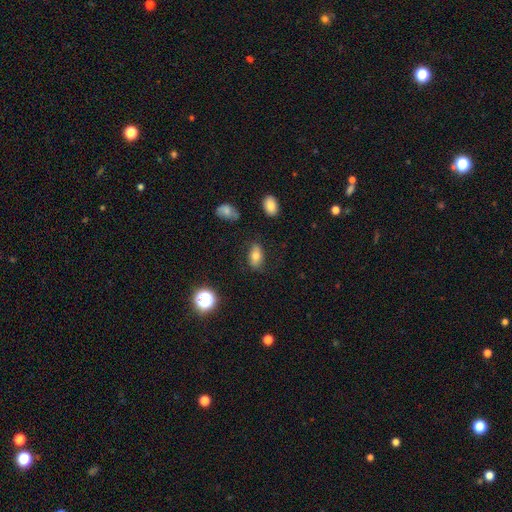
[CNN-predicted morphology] smooth_or_featured: smooth (p=0.71) [alt: featured or disk p=0.17]
how_rounded: in between (p=0.87) [alt: round p=0.08]
merging: none (p=0.78) [alt: minor disturbance p=0.16]